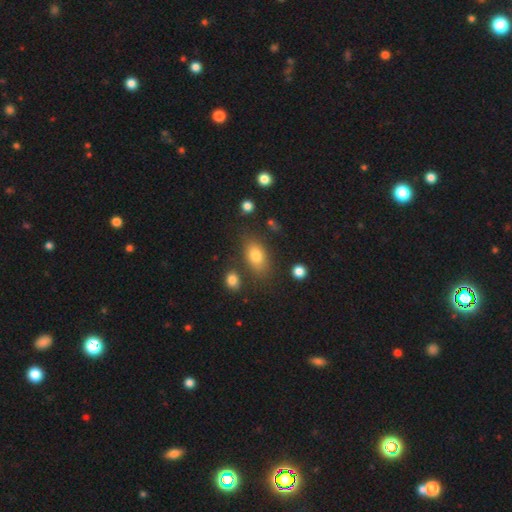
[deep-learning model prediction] The model was most divided on "merging": none: 74%, minor disturbance: 15%, merger: 6%, major disturbance: 5%. More confident: how rounded — in between (85%); smooth or featured — smooth (79%).